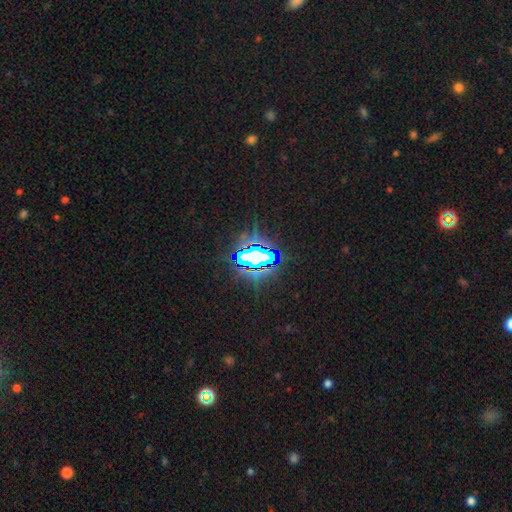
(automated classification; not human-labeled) This is likely a star or artifact rather than a galaxy (77%).